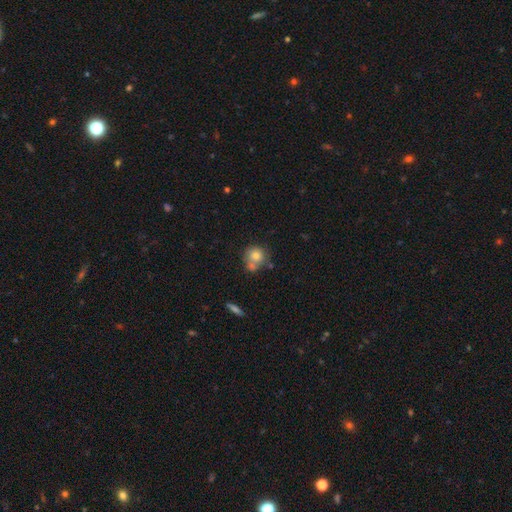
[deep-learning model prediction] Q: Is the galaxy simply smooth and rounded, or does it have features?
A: smooth — 74%.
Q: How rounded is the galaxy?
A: round — 85%.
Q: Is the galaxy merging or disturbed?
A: none — 47%.